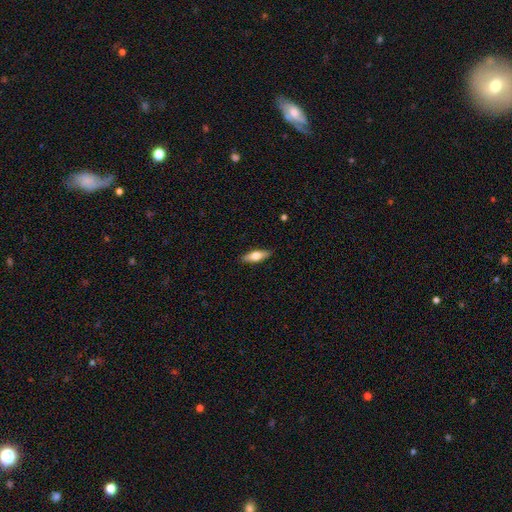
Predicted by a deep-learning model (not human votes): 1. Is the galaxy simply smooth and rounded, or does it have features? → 60% smooth, 34% featured or disk, 6% star or artifact.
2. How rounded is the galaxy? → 53% in between, 44% cigar-shaped, 3% round.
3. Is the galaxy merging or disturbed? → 88% none, 9% minor disturbance, 2% major disturbance, 1% merger.